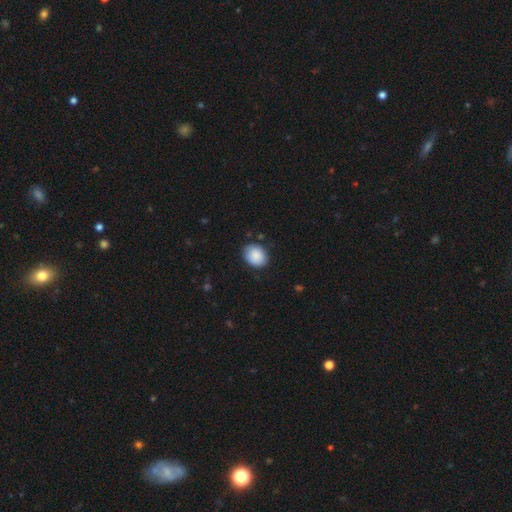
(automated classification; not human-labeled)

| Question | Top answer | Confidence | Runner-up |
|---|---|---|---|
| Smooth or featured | smooth | 88% | star or artifact (7%) |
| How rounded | in between | 54% | round (45%) |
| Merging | none | 81% | minor disturbance (15%) |